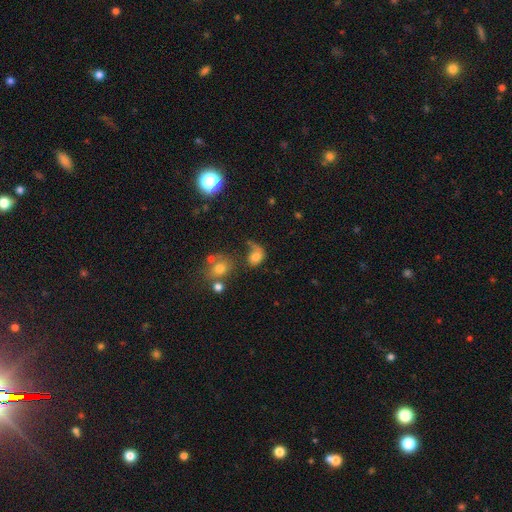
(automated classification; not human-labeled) Q: Smooth or featured?
A: smooth (65%); runner-up: featured or disk (22%)
Q: How rounded?
A: in between (57%); runner-up: round (41%)
Q: Merging?
A: major disturbance (37%); runner-up: none (28%)